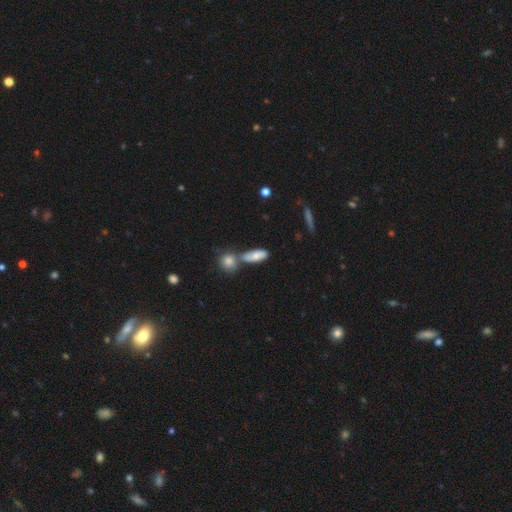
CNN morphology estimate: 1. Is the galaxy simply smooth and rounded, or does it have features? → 70% smooth, 22% featured or disk, 8% star or artifact.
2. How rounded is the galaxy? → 73% in between, 21% cigar-shaped, 6% round.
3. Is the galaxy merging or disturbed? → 43% none, 39% merger, 13% minor disturbance, 5% major disturbance.